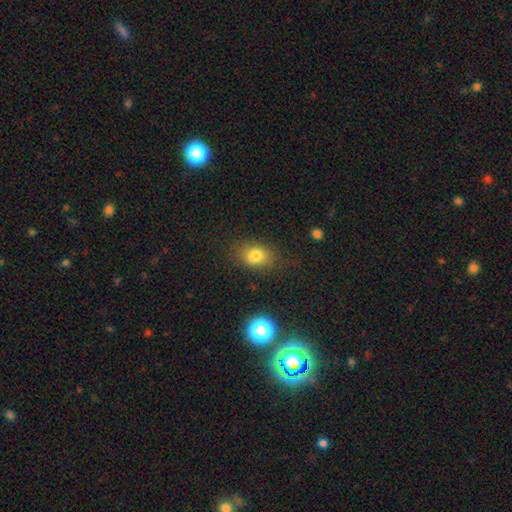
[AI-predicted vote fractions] Morphology: type=smooth (78%); roundness=in between (66%); merging=none (75%).